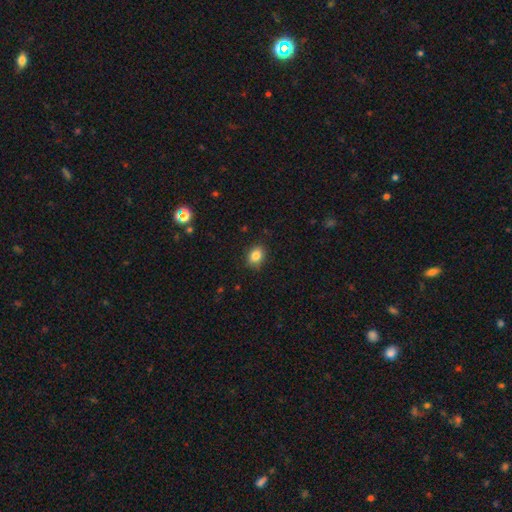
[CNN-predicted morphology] Smooth or featured? Predicted: smooth (p=0.85). How rounded? Predicted: in between (p=0.62). Merging? Predicted: none (p=0.85).